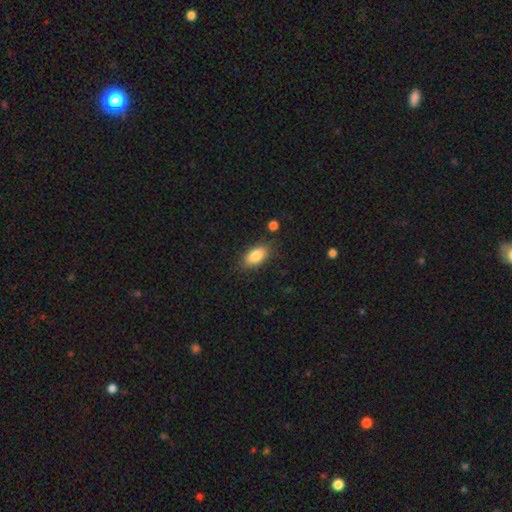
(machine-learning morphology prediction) smooth_or_featured: smooth (p=0.84) [alt: featured or disk p=0.09]
how_rounded: in between (p=0.89) [alt: cigar-shaped p=0.07]
merging: none (p=0.82) [alt: minor disturbance p=0.13]